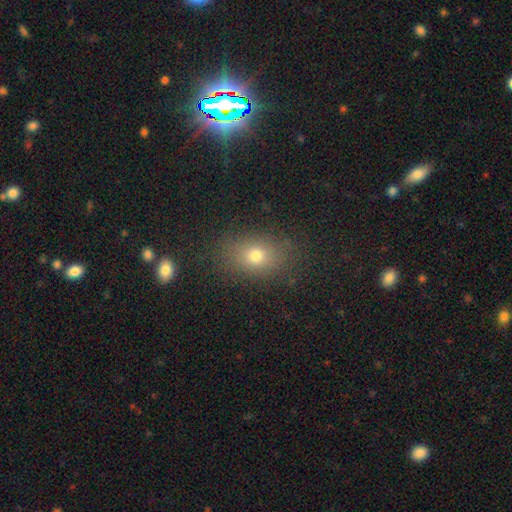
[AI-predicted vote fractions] A smooth galaxy with no disk features (64%) that is in between round and cigar-shaped (67%).

Vote fractions:
- Smooth or featured? smooth: 64% / star or artifact: 24% / featured or disk: 12%
- How rounded? in between: 67% / round: 31% / cigar-shaped: 2%
- Merging? none: 85% / minor disturbance: 9% / major disturbance: 4% / merger: 2%